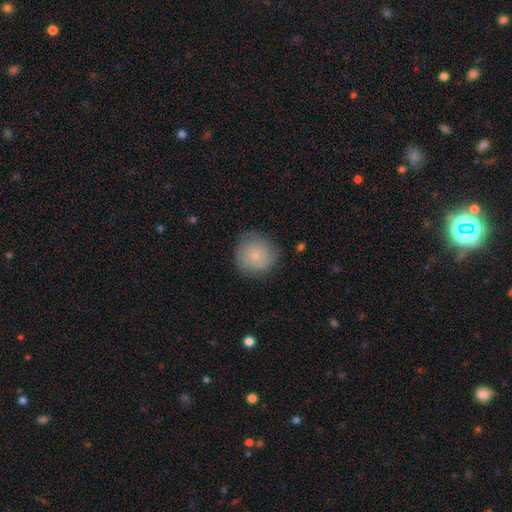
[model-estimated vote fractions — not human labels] Smooth or featured: smooth — 70% (featured or disk — 23%)
How rounded: round — 93% (in between — 6%)
Merging: none — 78% (minor disturbance — 16%)